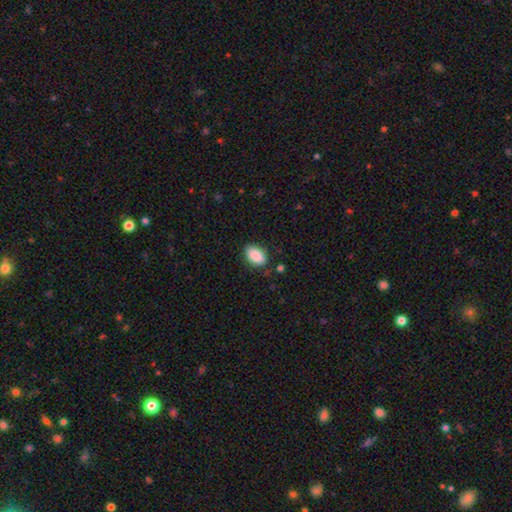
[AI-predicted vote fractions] Smooth or featured: smooth — 89% (star or artifact — 7%)
How rounded: in between — 92% (round — 6%)
Merging: none — 82% (minor disturbance — 13%)